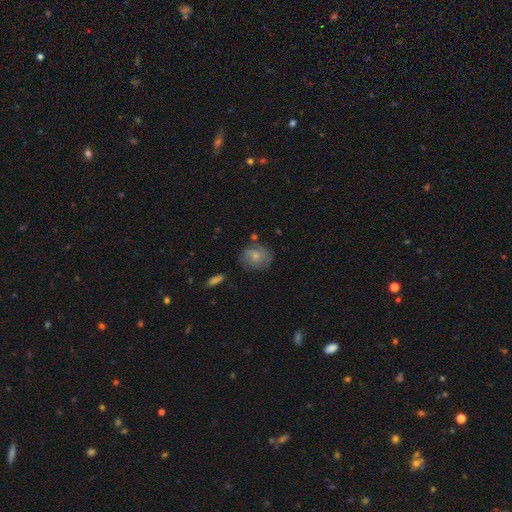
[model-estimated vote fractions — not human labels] A smooth galaxy with no disk features (52%) that is round (64%). Merging: none (63%).